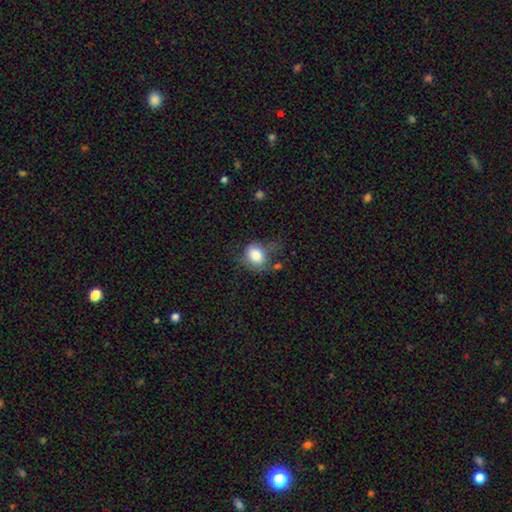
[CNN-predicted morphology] smooth-or-featured: smooth: 80% | featured or disk: 11% | star or artifact: 9%
  how-rounded: in between: 52% | round: 47% | cigar-shaped: 1%
  merging: none: 44% | minor disturbance: 30% | major disturbance: 20% | merger: 5%